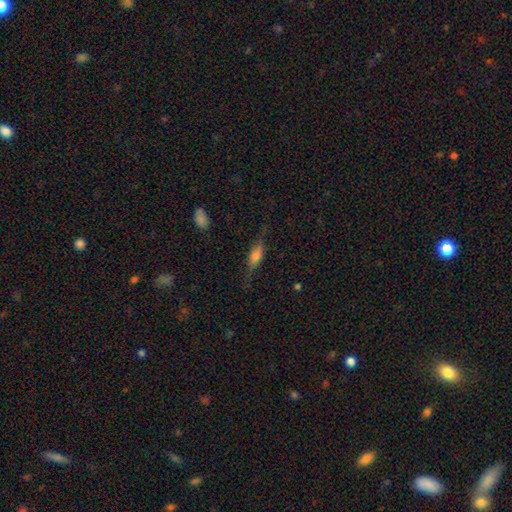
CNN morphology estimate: Overall: smooth (46%; featured or disk 45%). Merging: none (73%).